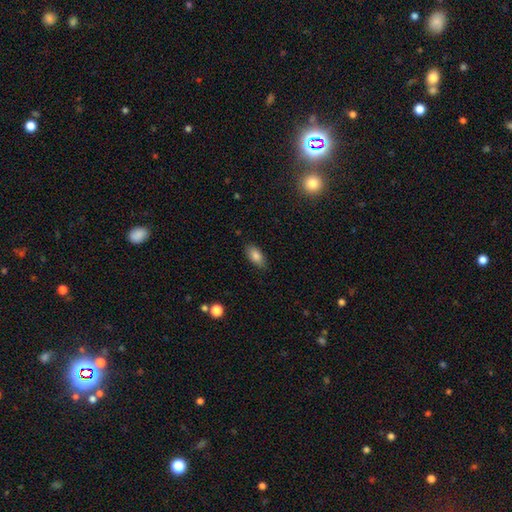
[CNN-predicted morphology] type=smooth (83%); roundness=in between (89%); merging=none (84%).